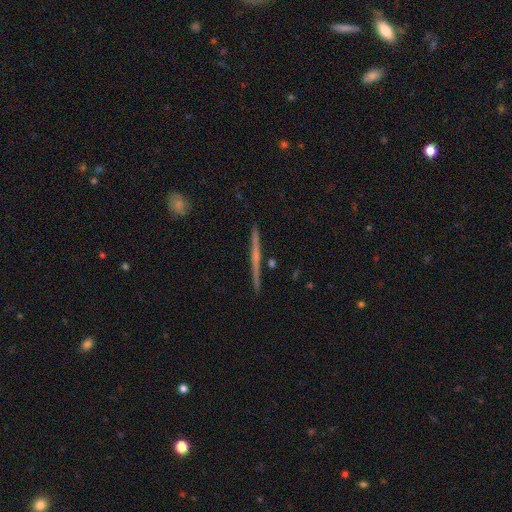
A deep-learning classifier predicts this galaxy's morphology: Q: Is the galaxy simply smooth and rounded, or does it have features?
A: featured or disk — 64%.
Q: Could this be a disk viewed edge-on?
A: yes — 98%.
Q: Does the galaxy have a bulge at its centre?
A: none — 78%.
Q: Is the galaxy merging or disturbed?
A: none — 92%.